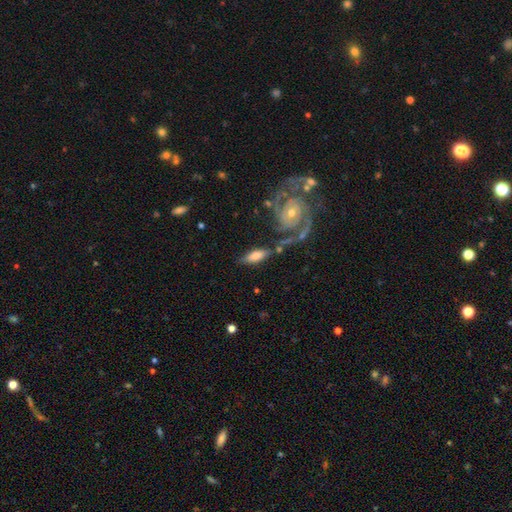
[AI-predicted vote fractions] The model was most divided on "smooth or featured": smooth: 62%, featured or disk: 31%, star or artifact: 6%. More confident: how rounded — in between (69%); merging — none (63%).